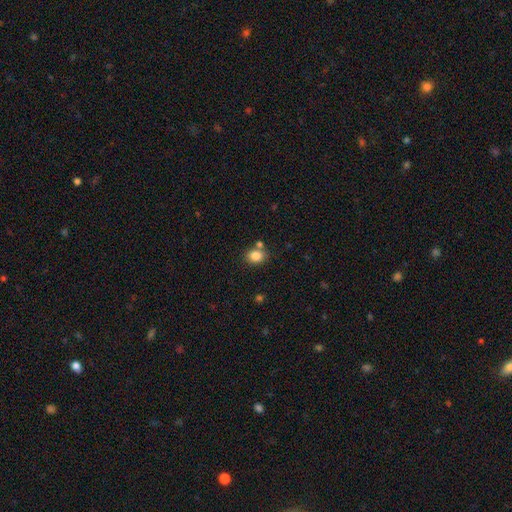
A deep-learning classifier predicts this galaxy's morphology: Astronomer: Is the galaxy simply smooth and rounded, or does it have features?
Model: smooth — 83%.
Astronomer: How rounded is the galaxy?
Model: round — 54% (runner-up: in between, 45%).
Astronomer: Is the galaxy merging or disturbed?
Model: none — 72%.